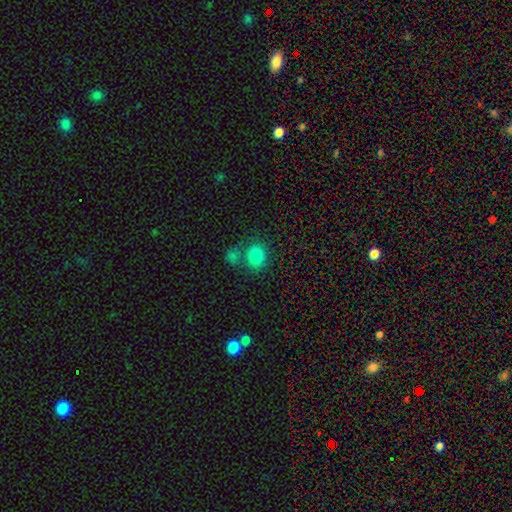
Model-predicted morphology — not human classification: A smooth galaxy with no disk features (81%) that is round (63%).

Vote fractions:
- Smooth or featured? smooth: 81% / star or artifact: 12% / featured or disk: 7%
- How rounded? round: 63% / in between: 36% / cigar-shaped: 1%
- Merging? none: 56% / merger: 29% / minor disturbance: 11% / major disturbance: 5%